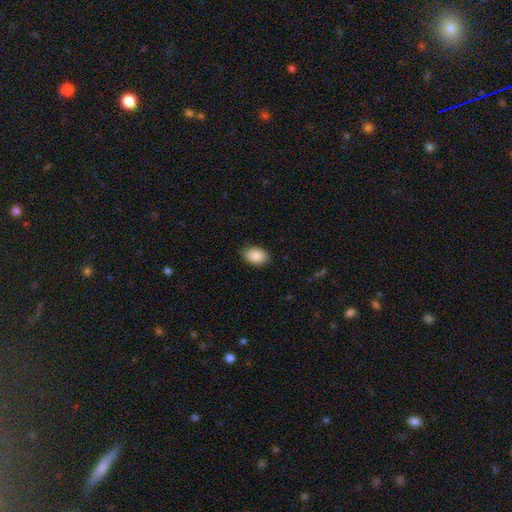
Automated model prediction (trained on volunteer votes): smooth-or-featured: smooth: 90% | star or artifact: 6% | featured or disk: 4%
  how-rounded: in between: 86% | round: 13% | cigar-shaped: 1%
  merging: none: 86% | minor disturbance: 11% | major disturbance: 2% | merger: 1%